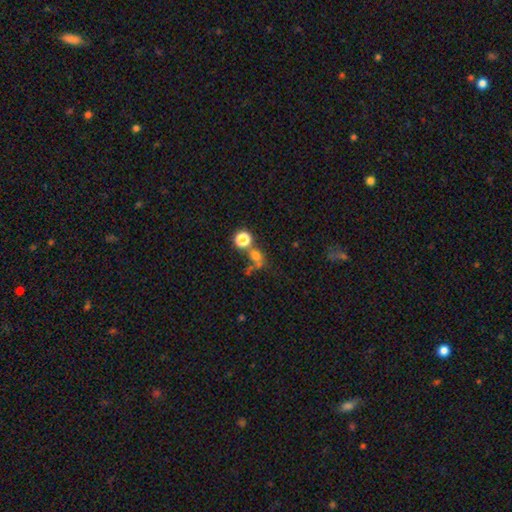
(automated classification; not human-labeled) The model was most divided on "merging": none: 45%, merger: 34%, minor disturbance: 10%, major disturbance: 10%. More confident: how rounded — round (77%); smooth or featured — smooth (60%).